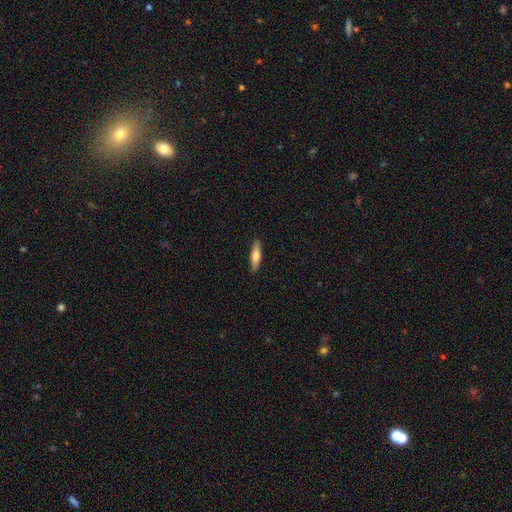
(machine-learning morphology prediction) A smooth galaxy with no disk features (64%) that is cigar-shaped (69%).

Vote fractions:
- Smooth or featured? smooth: 64% / featured or disk: 31% / star or artifact: 6%
- How rounded? cigar-shaped: 69% / in between: 29% / round: 2%
- Merging? none: 90% / minor disturbance: 8% / major disturbance: 2% / merger: 1%